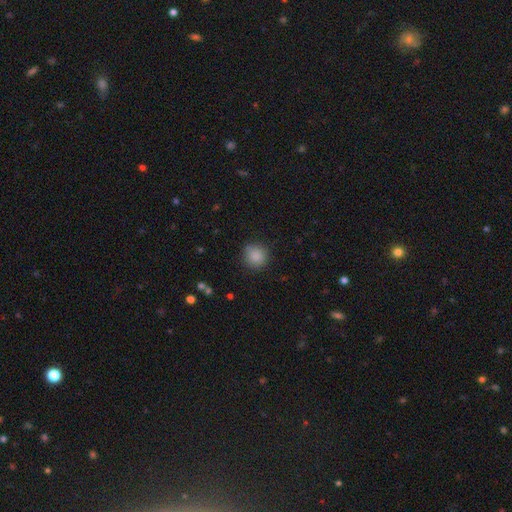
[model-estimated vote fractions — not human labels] smooth 87%, star or artifact 10%, featured or disk 4%. Down the decision tree: how rounded — round (93%); merging — none (85%).